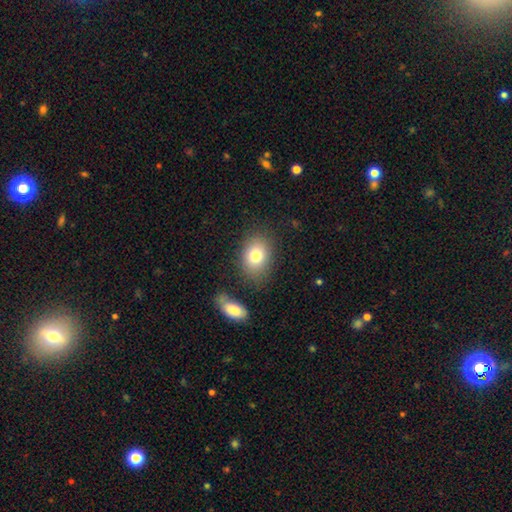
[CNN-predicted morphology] Smooth or featured: smooth — 79% (featured or disk — 12%)
How rounded: in between — 70% (round — 29%)
Merging: none — 76% (minor disturbance — 13%)